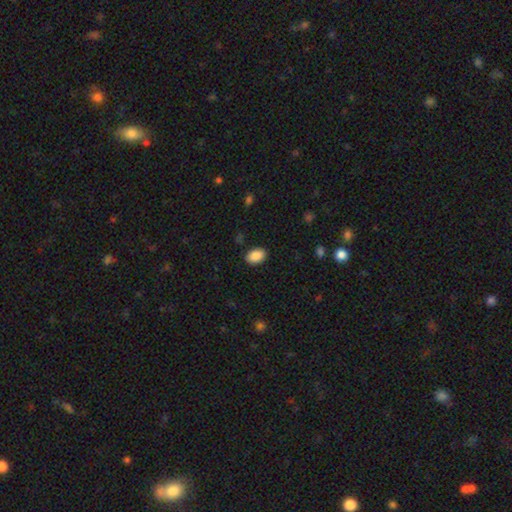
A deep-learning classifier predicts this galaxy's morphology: smooth-or-featured: smooth: 89% | star or artifact: 7% | featured or disk: 4%
  how-rounded: in between: 89% | round: 10% | cigar-shaped: 1%
  merging: none: 88% | minor disturbance: 9% | major disturbance: 2% | merger: 1%